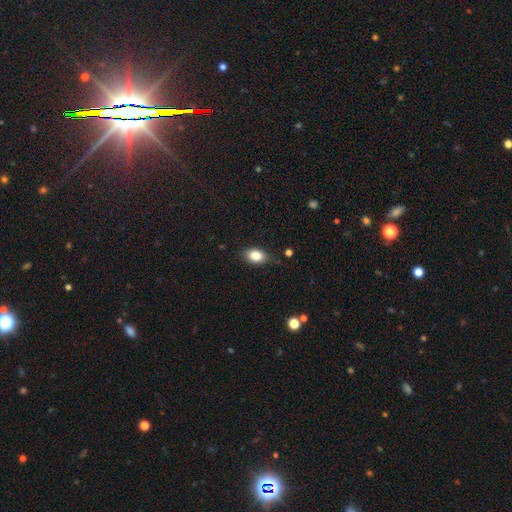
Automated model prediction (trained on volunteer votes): Overall: smooth (84%). How rounded: in between (84%). Merging: none (79%).